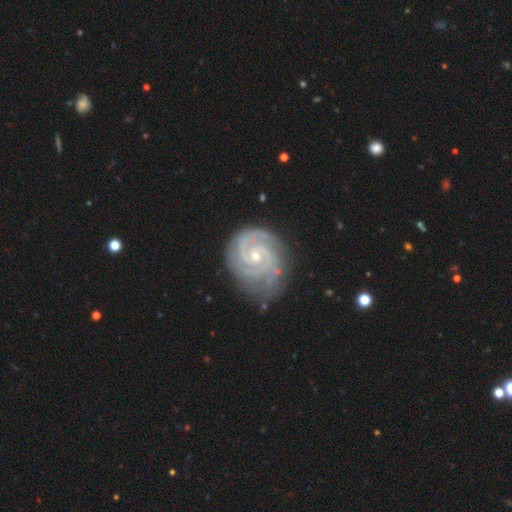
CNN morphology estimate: Overall: featured or disk (93%). Edge-on disk: no (98%). Bar: no (65%; weak 28%). Spiral arms: yes (99%). Spiral arm count: 2 (53%; 3 27%). Spiral winding: tight (71%). Bulge size: small (70%). Merging: none (71%).